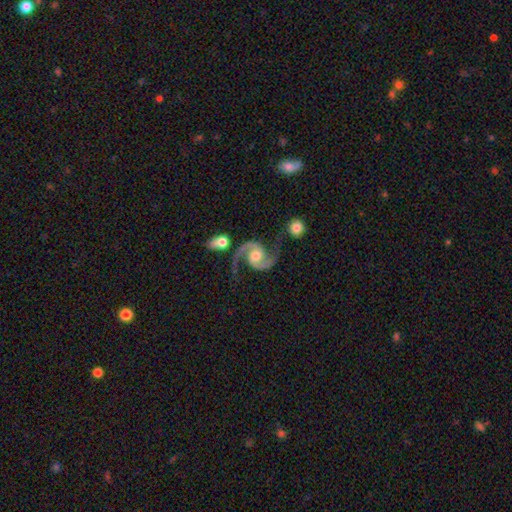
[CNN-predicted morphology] Smooth or featured? Predicted: featured or disk (p=0.93). Edge-on disk? Predicted: no (p=0.98). Bar? Predicted: no (p=0.62). Spiral arms? Predicted: yes (p=0.98). Spiral winding? Predicted: medium (p=0.63). Spiral arm count? Predicted: 2 (p=0.94). Bulge size? Predicted: moderate (p=0.71). Merging? Predicted: none (p=0.68).